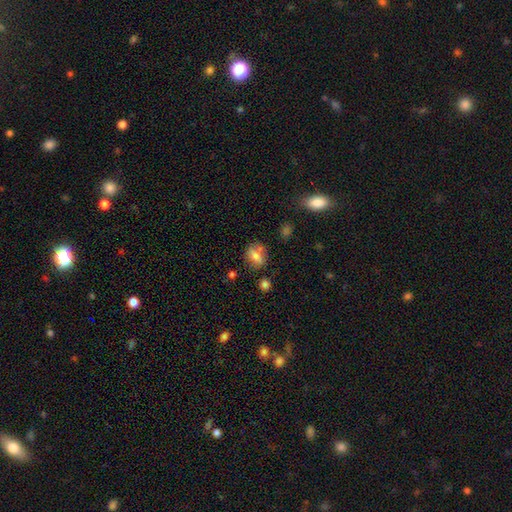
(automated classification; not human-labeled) Overall: smooth (68%). How rounded: in between (59%; round 36%). Merging: none (65%).